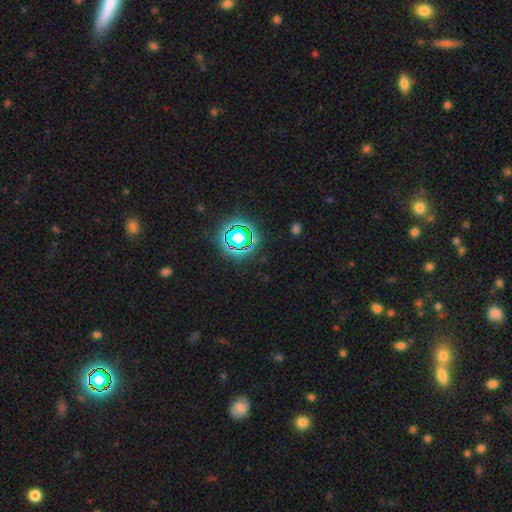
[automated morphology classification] type=star or artifact (77%).